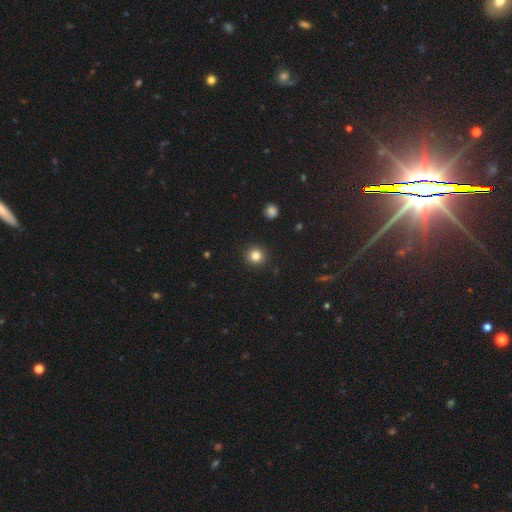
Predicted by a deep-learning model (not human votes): smooth-or-featured: smooth: 83% | star or artifact: 12% | featured or disk: 5%
  how-rounded: round: 93% | in between: 6% | cigar-shaped: 1%
  merging: none: 92% | minor disturbance: 5% | major disturbance: 2% | merger: 1%